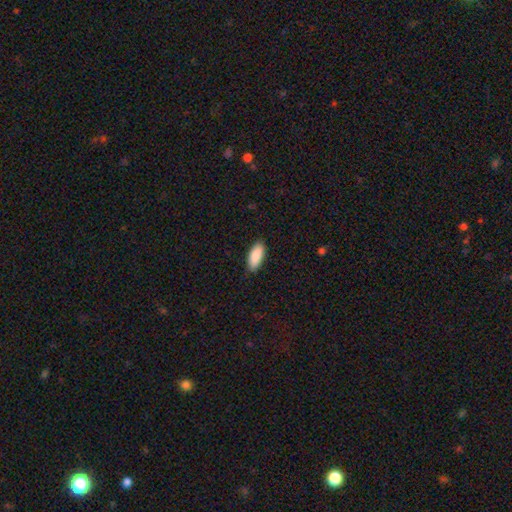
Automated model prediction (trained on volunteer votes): Smooth or featured? smooth (90%)
How rounded? in between (84%)
Merging? none (88%)